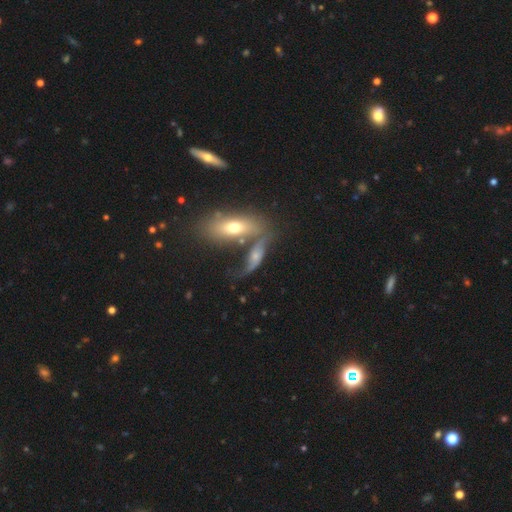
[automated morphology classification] The model was most divided on "merging": merger: 35%, none: 32%, minor disturbance: 17%, major disturbance: 15%. More confident: edge-on disk — no (70%); smooth or featured — featured or disk (54%).